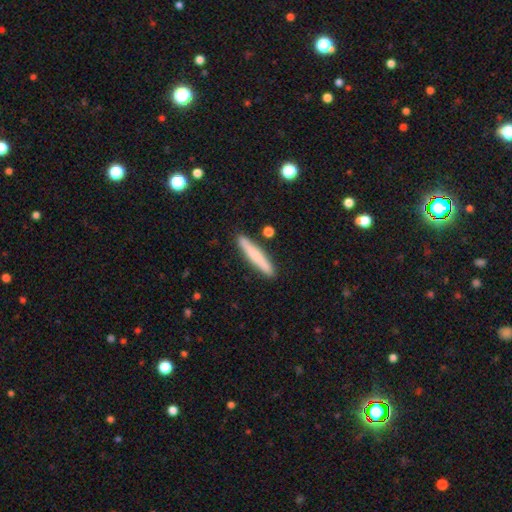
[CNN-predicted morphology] A smooth galaxy with no disk features (71%) that is cigar-shaped (94%). Merging: none (88%).